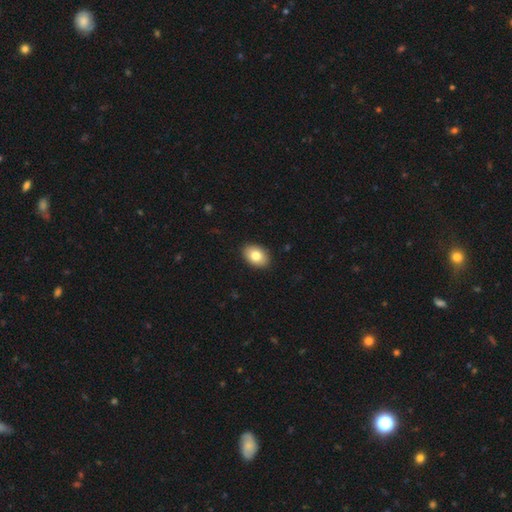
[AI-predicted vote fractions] Overall: smooth (81%). How rounded: in between (83%). Merging: none (90%).